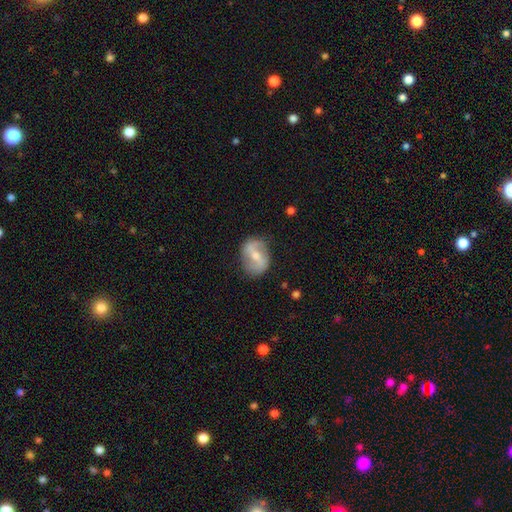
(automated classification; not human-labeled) Smooth or featured? Predicted: featured or disk (p=0.68). Edge-on disk? Predicted: no (p=0.95). Bar? Predicted: strong (p=0.44). Spiral arms? Predicted: yes (p=0.74). Bulge size? Predicted: moderate (p=0.55). Merging? Predicted: none (p=0.76).